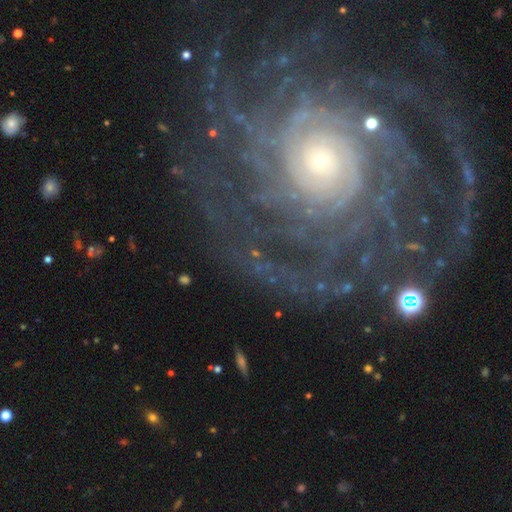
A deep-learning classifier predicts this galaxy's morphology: Smooth or featured? featured or disk (87%)
Edge-on disk? no (97%)
Bar? no (79%)
Spiral arms? yes (97%)
Spiral winding? tight (78%)
Spiral arm count? can't tell (26%)
Bulge size? small (65%)
Merging? none (75%)